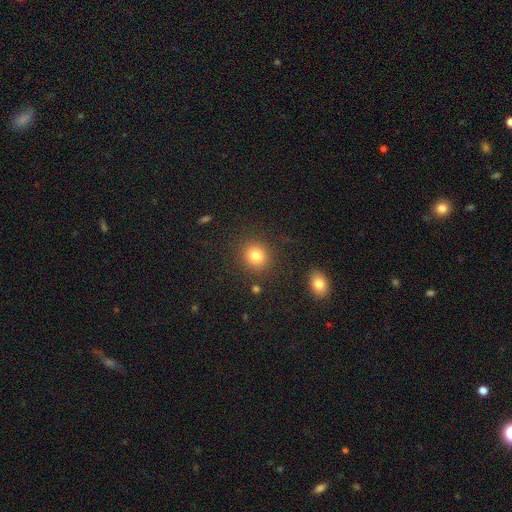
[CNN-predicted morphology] Smooth or featured? smooth (82%)
How rounded? round (84%)
Merging? none (87%)